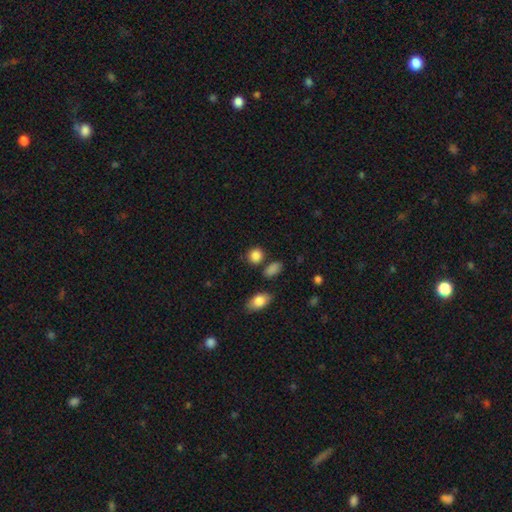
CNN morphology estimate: Overall: smooth (87%). How rounded: round (72%). Merging: none (79%).